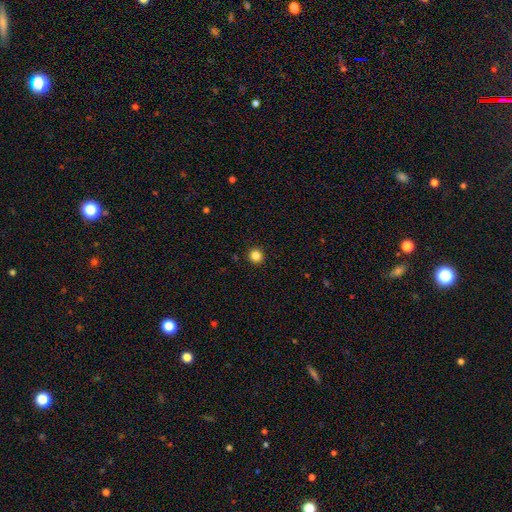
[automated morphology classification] This appears to be a smooth galaxy with no disk features (84%) that is round (94%). Merging: none (93%).